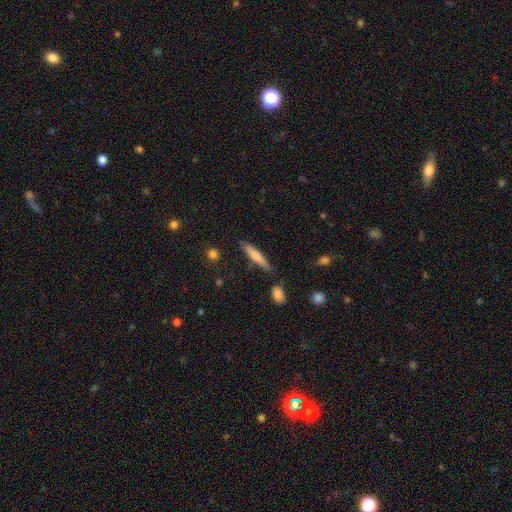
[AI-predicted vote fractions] Smooth or featured? smooth (68%)
How rounded? cigar-shaped (88%)
Merging? none (79%)